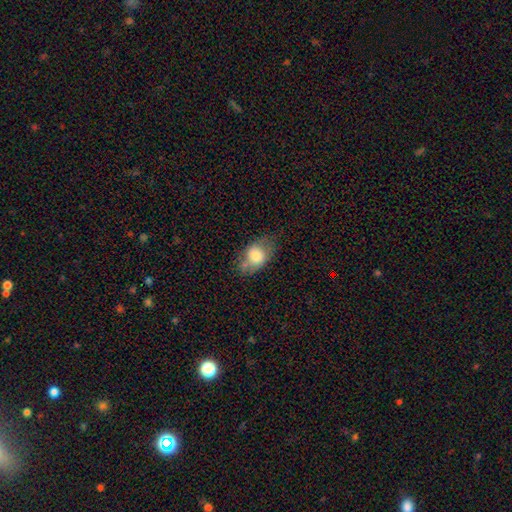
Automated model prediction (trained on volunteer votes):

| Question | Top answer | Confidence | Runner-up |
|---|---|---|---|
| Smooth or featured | smooth | 76% | featured or disk (17%) |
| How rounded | in between | 81% | round (17%) |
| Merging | none | 55% | minor disturbance (29%) |